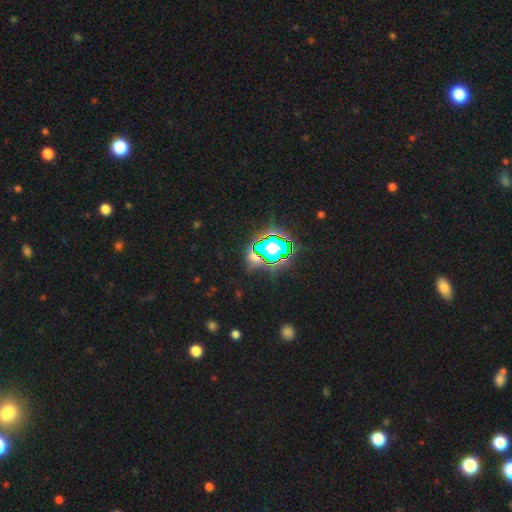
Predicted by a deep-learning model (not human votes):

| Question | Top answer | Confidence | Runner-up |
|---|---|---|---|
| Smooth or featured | star or artifact | 63% | smooth (23%) |